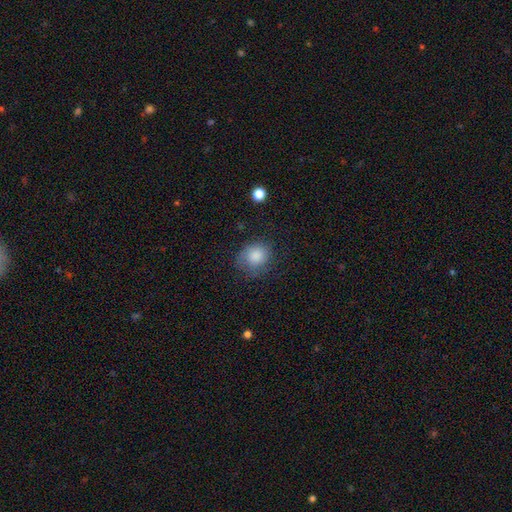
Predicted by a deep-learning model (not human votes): smooth 83%, star or artifact 8%, featured or disk 8%. Down the decision tree: how rounded — round (68%); merging — none (64%).